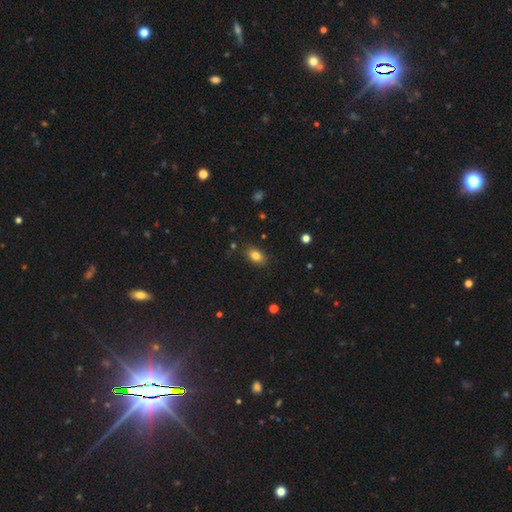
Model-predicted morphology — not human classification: Overall: smooth (82%). How rounded: in between (86%). Merging: none (85%).